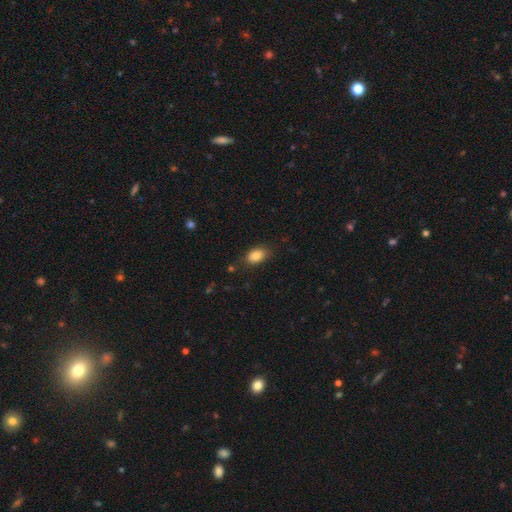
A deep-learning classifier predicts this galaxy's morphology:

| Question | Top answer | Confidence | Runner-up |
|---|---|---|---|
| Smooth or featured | smooth | 86% | star or artifact (8%) |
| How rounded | in between | 85% | round (13%) |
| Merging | none | 80% | minor disturbance (14%) |